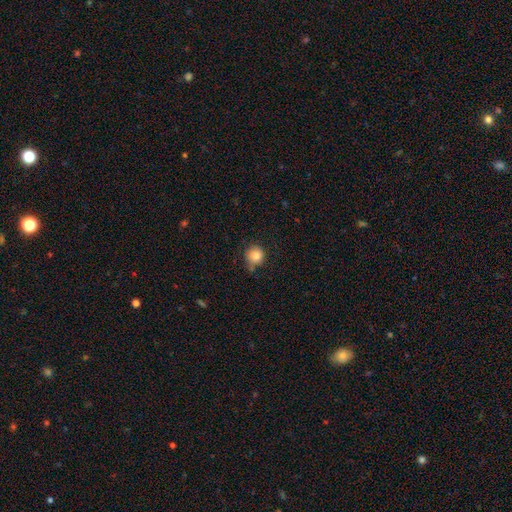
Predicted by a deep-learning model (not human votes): Smooth or featured? Predicted: smooth (p=0.85). How rounded? Predicted: round (p=0.90). Merging? Predicted: none (p=0.72).